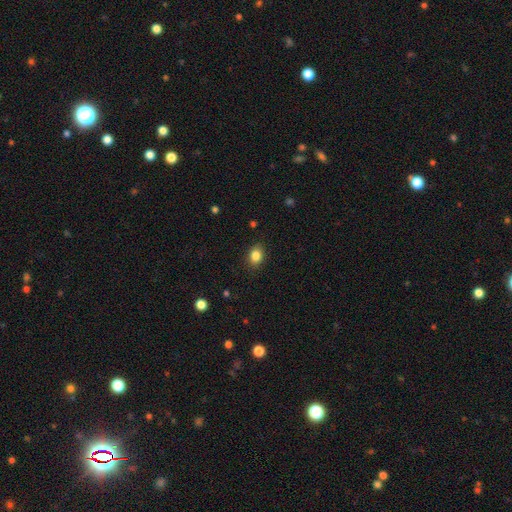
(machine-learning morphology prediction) Smooth or featured? Predicted: smooth (p=0.85). How rounded? Predicted: in between (p=0.63). Merging? Predicted: none (p=0.86).